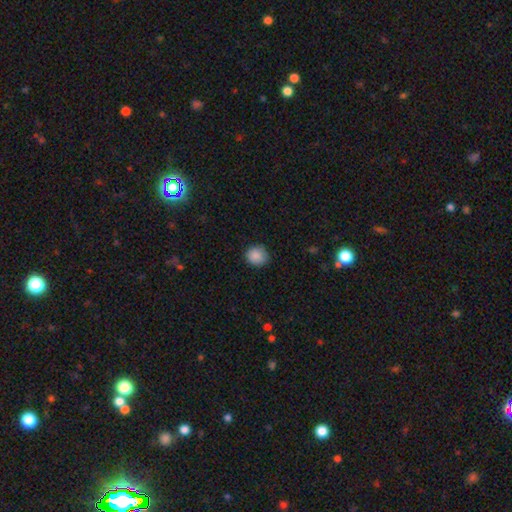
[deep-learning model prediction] Q: Smooth or featured?
A: smooth (88%); runner-up: star or artifact (9%)
Q: How rounded?
A: round (87%); runner-up: in between (12%)
Q: Merging?
A: none (85%); runner-up: minor disturbance (12%)